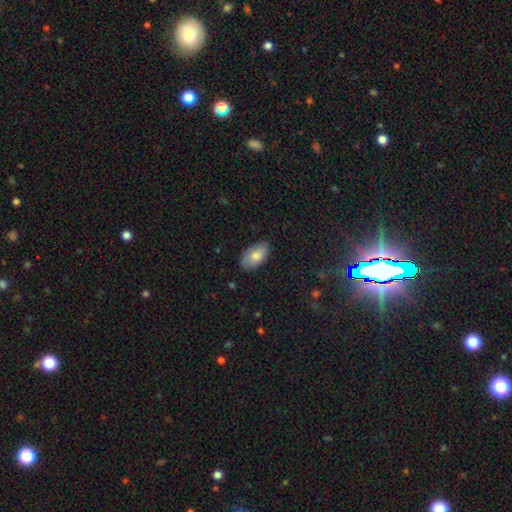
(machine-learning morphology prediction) This is clearly a smooth galaxy (80%). How rounded: clearly in between (94%). Merging: clearly none (83%).